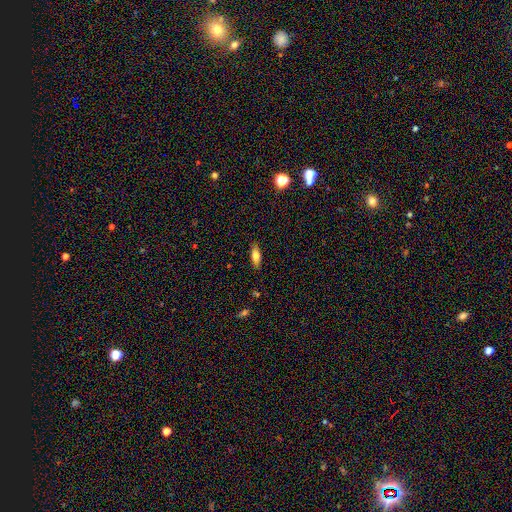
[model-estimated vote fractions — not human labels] Smooth or featured? smooth (74%)
How rounded? in between (65%)
Merging? none (87%)